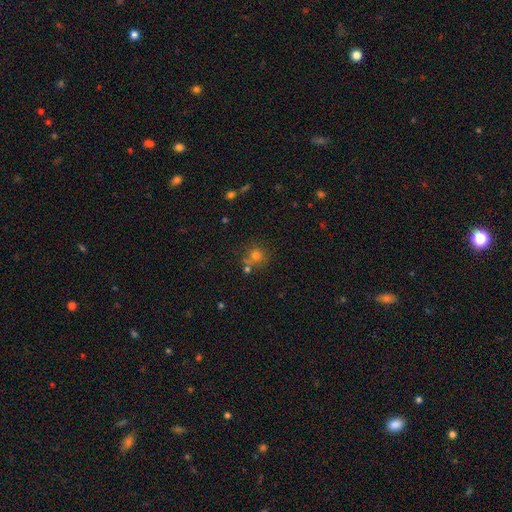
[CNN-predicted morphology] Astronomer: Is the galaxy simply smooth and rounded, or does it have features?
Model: smooth — 71%.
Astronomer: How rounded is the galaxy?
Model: round — 87%.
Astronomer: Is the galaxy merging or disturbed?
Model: none — 60%.